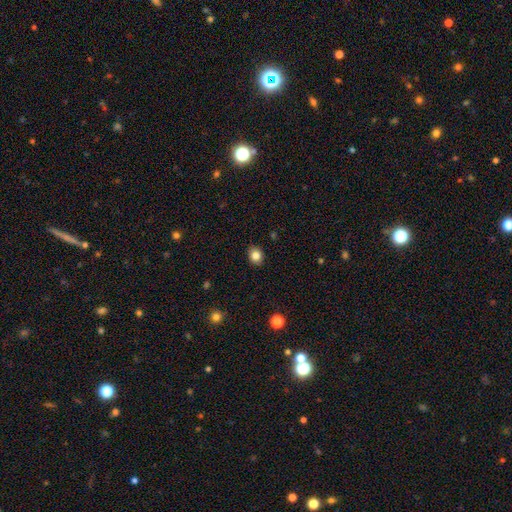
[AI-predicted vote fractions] A smooth galaxy with no disk features (84%) that is round (59%). Merging: none (89%).